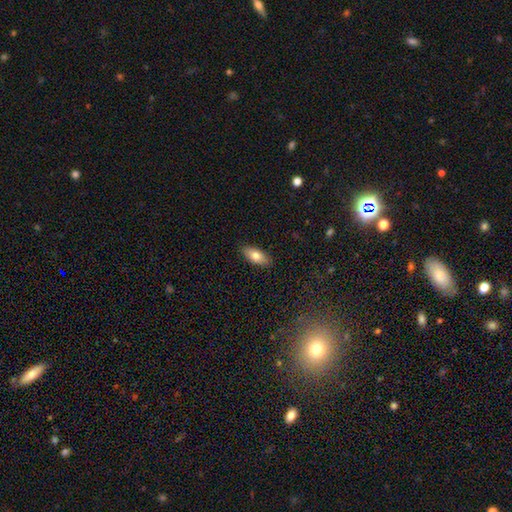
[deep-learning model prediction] smooth-or-featured: smooth: 77% | featured or disk: 17% | star or artifact: 6%
  how-rounded: in between: 84% | cigar-shaped: 13% | round: 3%
  merging: none: 89% | minor disturbance: 8% | major disturbance: 2% | merger: 1%